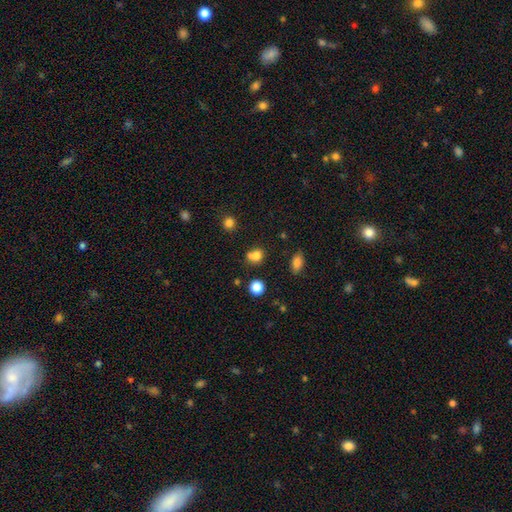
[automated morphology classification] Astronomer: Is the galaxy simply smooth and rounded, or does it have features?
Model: smooth — 77%.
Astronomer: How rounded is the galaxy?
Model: round — 67%.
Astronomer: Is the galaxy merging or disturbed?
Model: none — 47% (runner-up: merger, 33%).